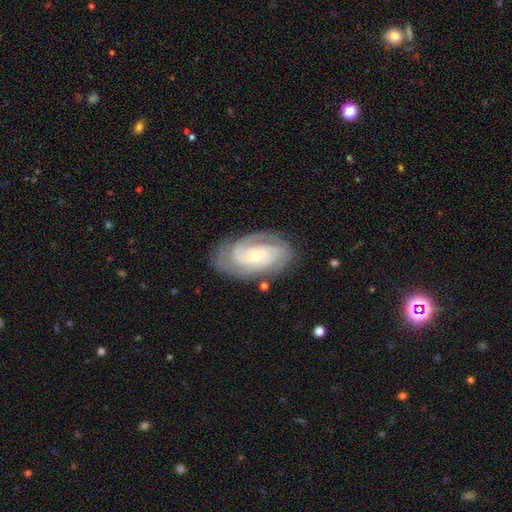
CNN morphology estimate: This is clearly a featured or disk galaxy (86%). It is clearly not viewed edge-on (96%). Bar: possibly no (59%). Spiral arm pattern: clearly yes (97%). Spiral arm count: marginally 2 (44%). Spiral winding: likely tight (62%). Central bulge: likely small (70%). Merging: likely none (78%).